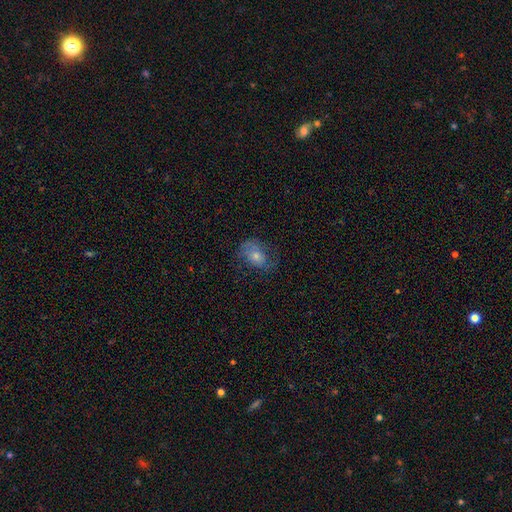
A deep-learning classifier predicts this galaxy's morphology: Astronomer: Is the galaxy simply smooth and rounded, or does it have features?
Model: smooth — 51% (runner-up: featured or disk, 39%).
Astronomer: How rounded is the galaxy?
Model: in between — 71%.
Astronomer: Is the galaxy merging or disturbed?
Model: none — 57%.